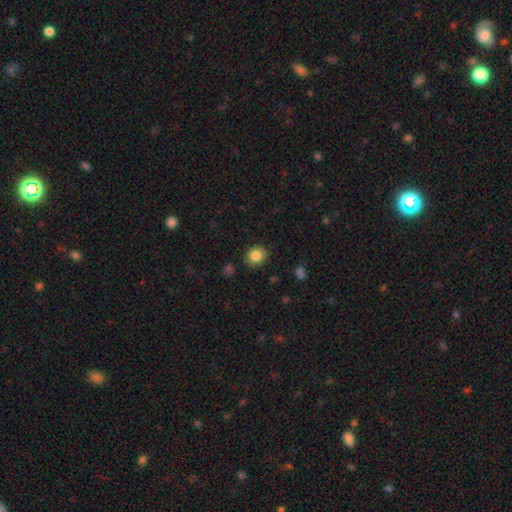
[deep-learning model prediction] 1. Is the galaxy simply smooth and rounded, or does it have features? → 85% smooth, 10% star or artifact, 5% featured or disk.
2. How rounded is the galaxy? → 69% round, 30% in between, 1% cigar-shaped.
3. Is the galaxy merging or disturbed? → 86% none, 10% minor disturbance, 3% major disturbance, 2% merger.